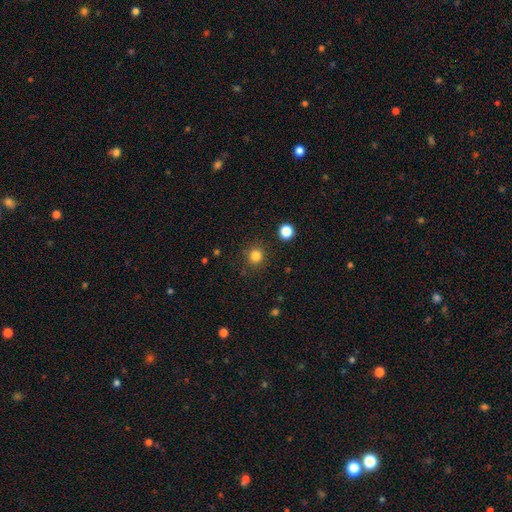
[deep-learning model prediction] Smooth or featured?
  - smooth: 83% *
  - star or artifact: 13%
  - featured or disk: 4%
How rounded?
  - round: 92% *
  - in between: 8%
  - cigar-shaped: 1%
Merging?
  - none: 88% *
  - minor disturbance: 7%
  - major disturbance: 3%
  - merger: 2%